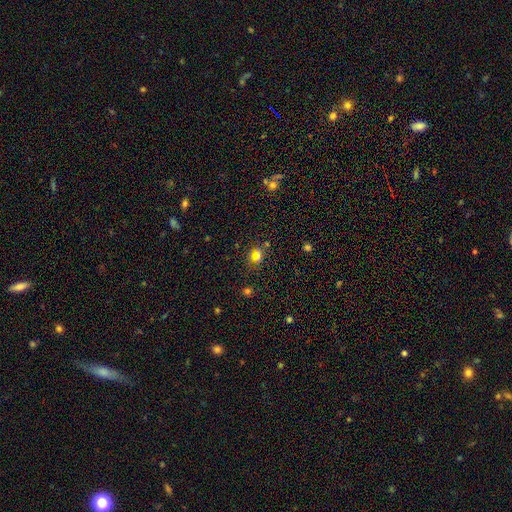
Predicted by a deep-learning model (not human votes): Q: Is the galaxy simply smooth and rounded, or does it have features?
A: smooth — 65%.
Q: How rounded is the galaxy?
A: round — 51%.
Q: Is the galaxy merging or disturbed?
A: none — 65%.